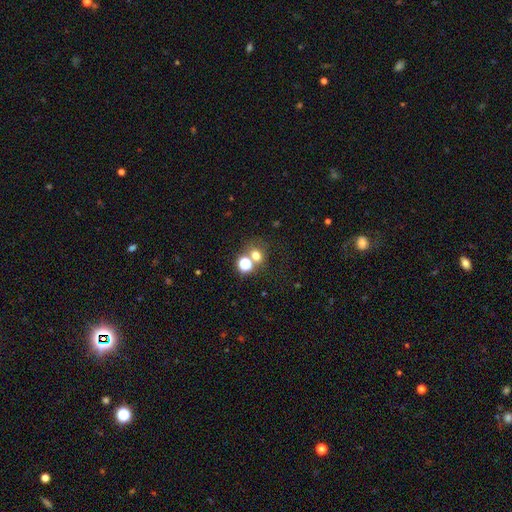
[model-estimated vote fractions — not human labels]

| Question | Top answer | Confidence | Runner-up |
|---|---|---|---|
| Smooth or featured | smooth | 64% | star or artifact (26%) |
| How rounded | round | 74% | in between (25%) |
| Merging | none | 56% | merger (29%) |